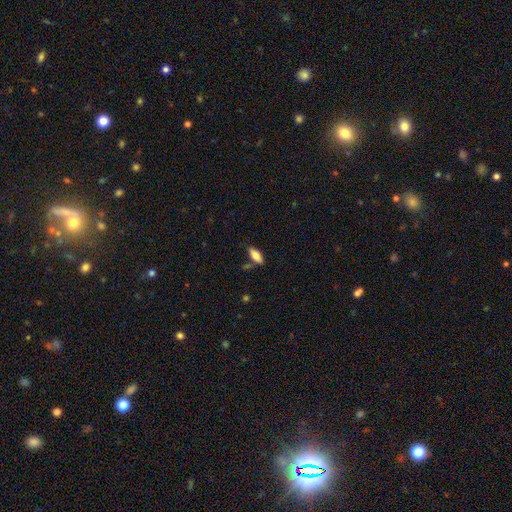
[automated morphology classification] This is clearly a smooth galaxy (81%). How rounded: clearly in between (82%). Merging: likely none (78%).